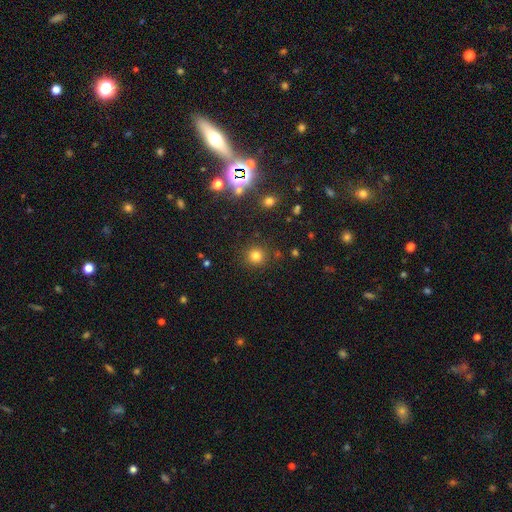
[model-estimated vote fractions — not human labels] This is likely a smooth galaxy (78%). How rounded: clearly round (93%). Merging: clearly none (88%).